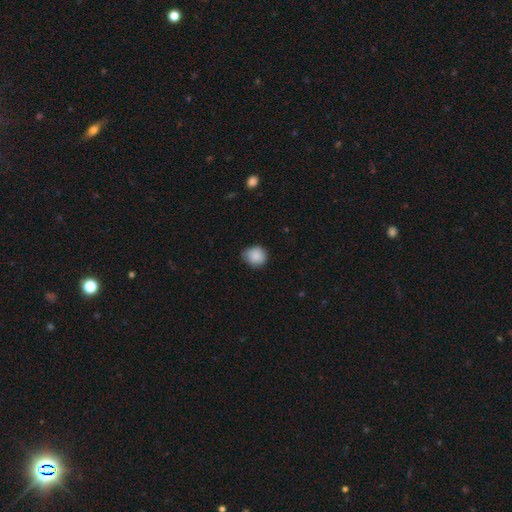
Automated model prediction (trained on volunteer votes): Overall: smooth (87%). How rounded: round (81%). Merging: none (68%).